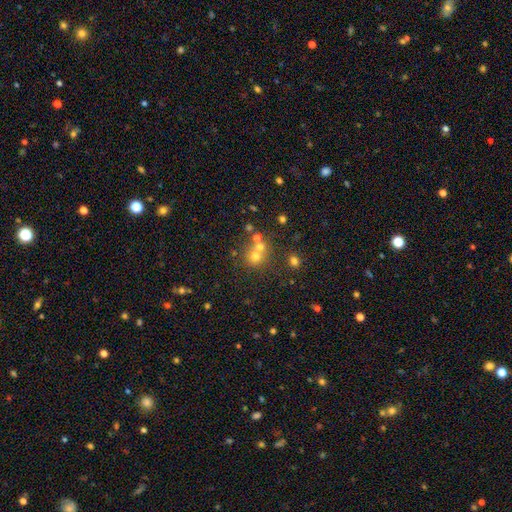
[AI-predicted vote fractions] Smooth or featured?
  - smooth: 60% *
  - star or artifact: 24%
  - featured or disk: 17%
How rounded?
  - round: 84% *
  - in between: 15%
  - cigar-shaped: 1%
Merging?
  - none: 49% *
  - merger: 39%
  - minor disturbance: 8%
  - major disturbance: 4%